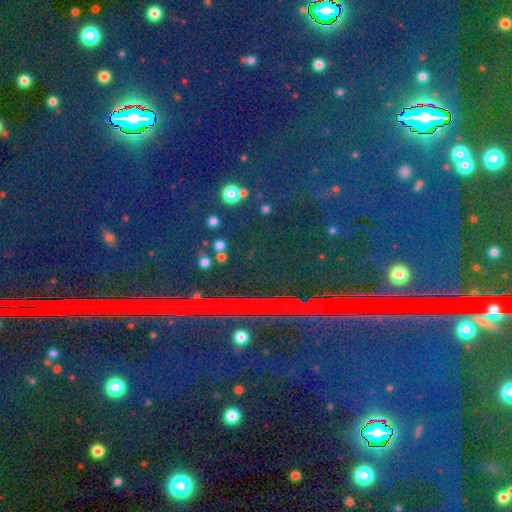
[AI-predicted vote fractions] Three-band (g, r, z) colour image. It shows a star or artifact, not a galaxy (86%).